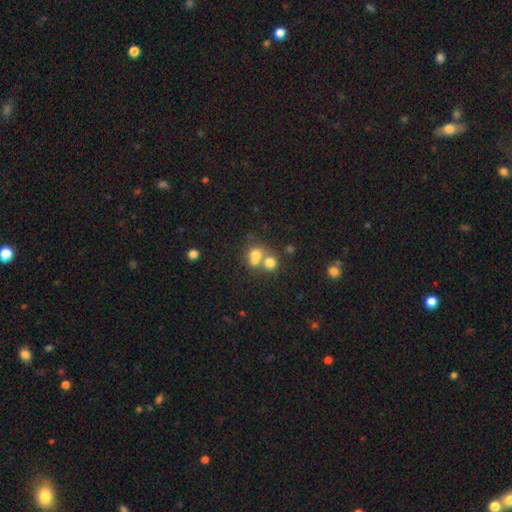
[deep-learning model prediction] Smooth or featured?
  - smooth: 67% *
  - featured or disk: 17%
  - star or artifact: 16%
How rounded?
  - round: 78% *
  - in between: 21%
  - cigar-shaped: 1%
Merging?
  - merger: 55% *
  - none: 34%
  - minor disturbance: 6%
  - major disturbance: 4%